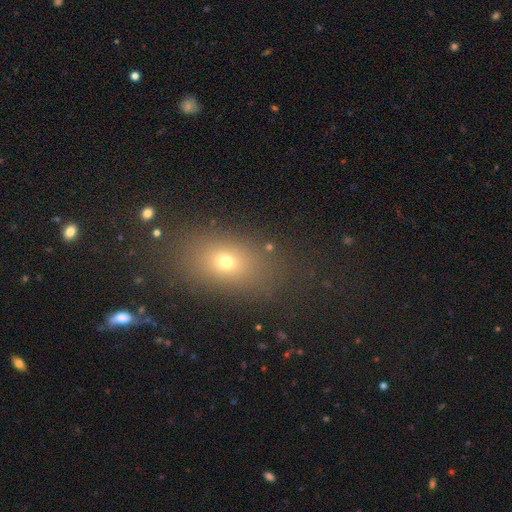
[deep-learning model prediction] A smooth galaxy with no disk features (62%) that is in between round and cigar-shaped (69%).

Vote fractions:
- Smooth or featured? smooth: 62% / star or artifact: 25% / featured or disk: 13%
- How rounded? in between: 69% / round: 27% / cigar-shaped: 4%
- Merging? none: 82% / minor disturbance: 10% / major disturbance: 5% / merger: 3%